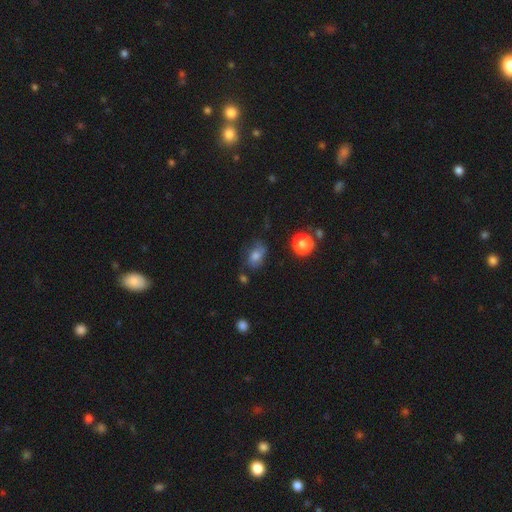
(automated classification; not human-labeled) smooth-or-featured: smooth: 66% | featured or disk: 18% | star or artifact: 16%
  how-rounded: in between: 75% | round: 23% | cigar-shaped: 2%
  merging: none: 57% | minor disturbance: 28% | major disturbance: 11% | merger: 4%